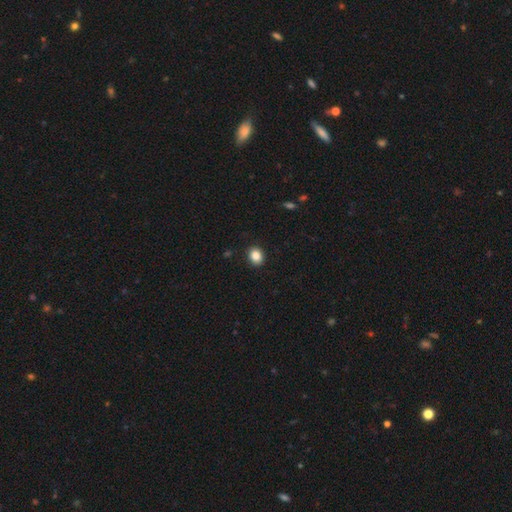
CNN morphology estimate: smooth-or-featured: smooth: 86% | star or artifact: 9% | featured or disk: 5%
  how-rounded: round: 54% | in between: 45% | cigar-shaped: 1%
  merging: none: 91% | minor disturbance: 7% | major disturbance: 2% | merger: 1%